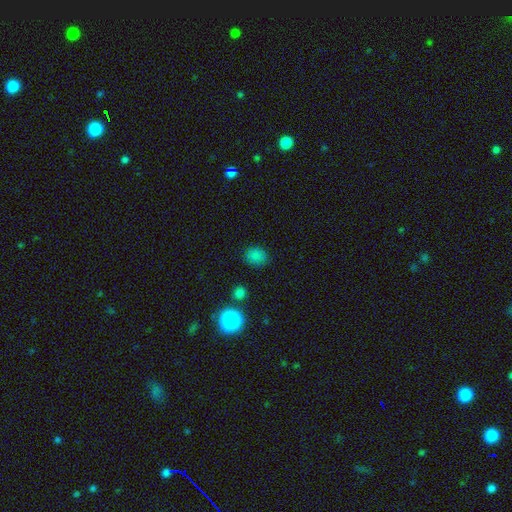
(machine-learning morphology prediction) This is likely a smooth galaxy (79%). How rounded: likely round (70%). Merging: clearly none (85%).